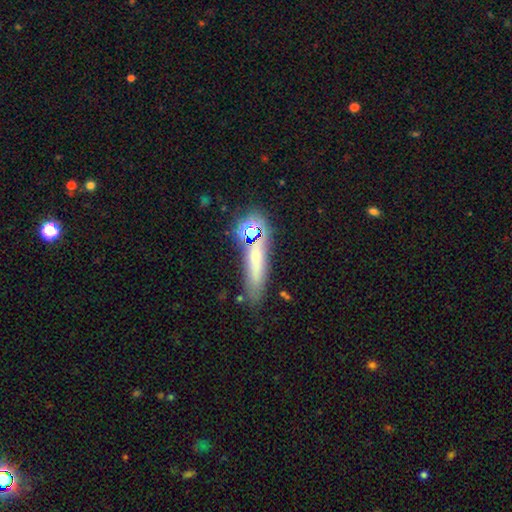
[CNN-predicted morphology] This is possibly a smooth galaxy (51%). How rounded: likely cigar-shaped (67%). Merging: likely none (65%).